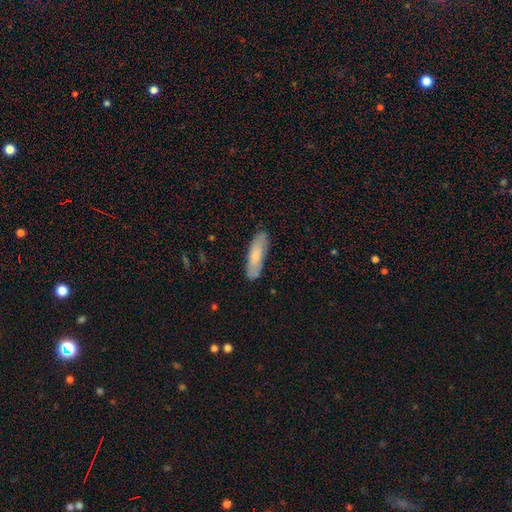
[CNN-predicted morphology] smooth 75%, featured or disk 19%, star or artifact 6%. Down the decision tree: how rounded — cigar-shaped (58%); merging — none (83%).